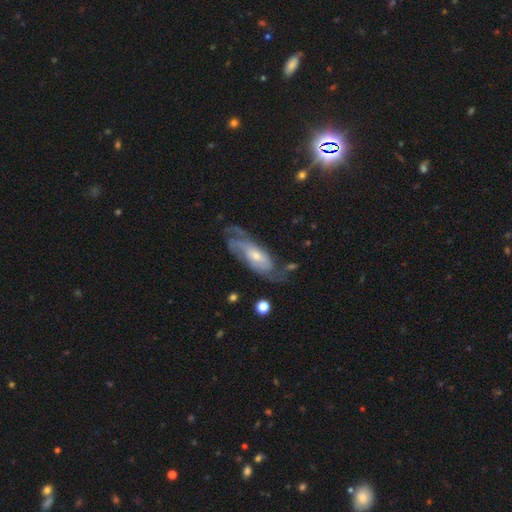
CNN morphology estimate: This is likely a featured or disk galaxy (80%). It is clearly not viewed edge-on (88%). Bar: likely no (61%). Spiral arm pattern: clearly yes (92%). Spiral arm count: marginally 2 (43%). Spiral winding: possibly tight (47%). Central bulge: possibly small (53%). Merging: likely none (63%).